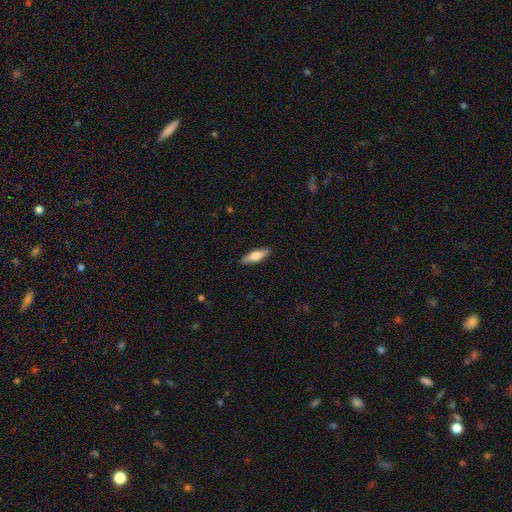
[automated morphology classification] type=smooth (62%); roundness=cigar-shaped (52%); merging=none (89%).